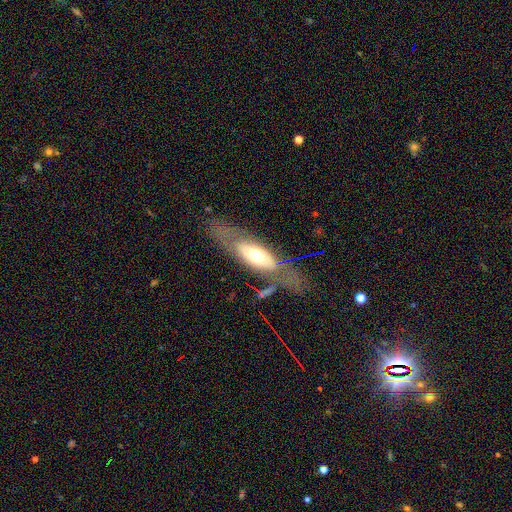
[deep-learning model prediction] Smooth or featured? Predicted: featured or disk (p=0.52). Edge-on disk? Predicted: no (p=0.63). Merging? Predicted: none (p=0.55).